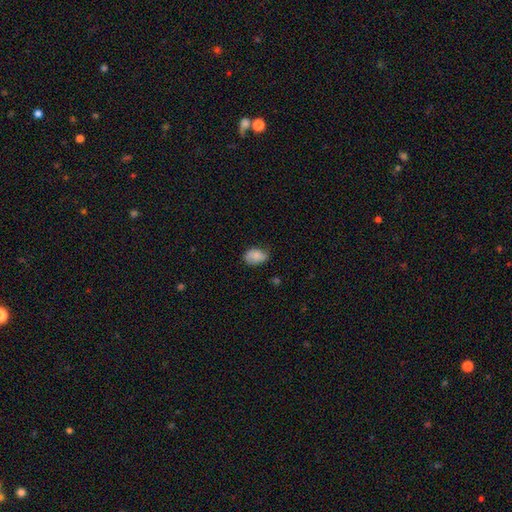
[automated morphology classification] The model was most divided on "merging": none: 62%, minor disturbance: 30%, major disturbance: 6%, merger: 1%. More confident: how rounded — in between (84%); smooth or featured — smooth (81%).